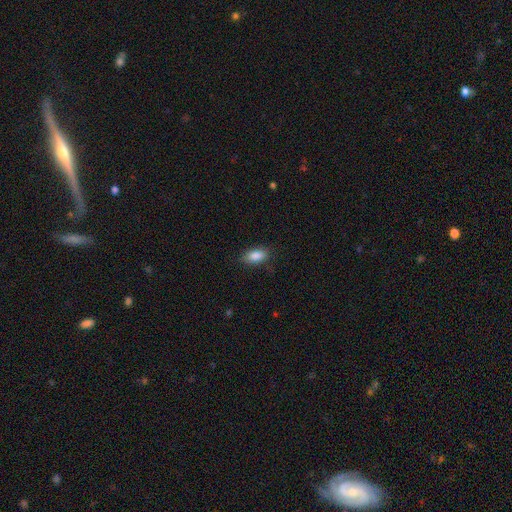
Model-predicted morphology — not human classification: This appears to be a smooth galaxy with no disk features (87%) that is in between round and cigar-shaped (90%). Merging: none (83%).